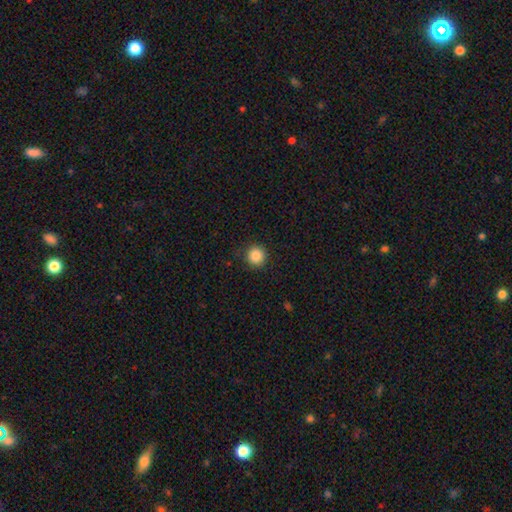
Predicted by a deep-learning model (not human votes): Morphology: type=smooth (86%); roundness=round (94%); merging=none (90%).